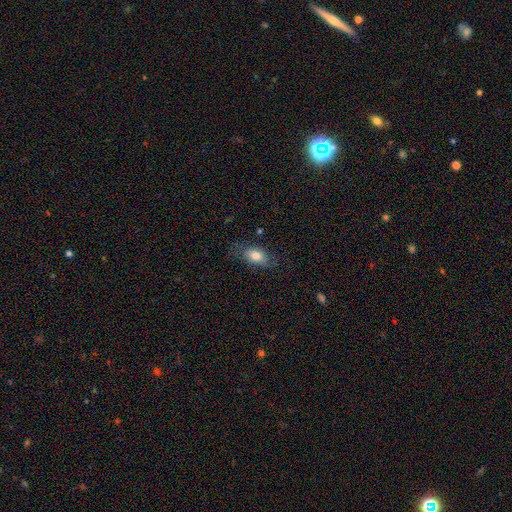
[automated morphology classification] Smooth or featured? smooth (79%)
How rounded? in between (87%)
Merging? none (68%)